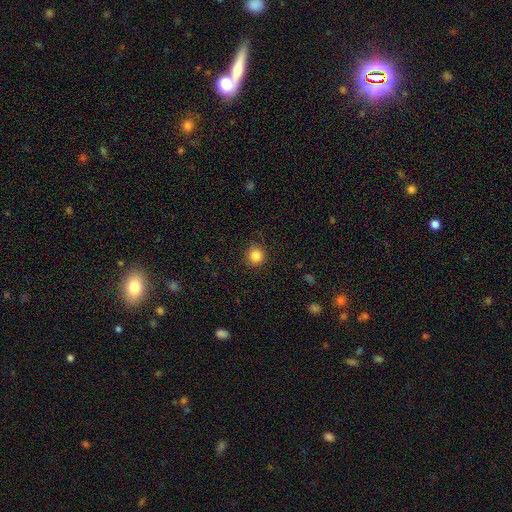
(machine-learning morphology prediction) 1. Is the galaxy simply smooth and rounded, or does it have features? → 85% smooth, 11% star or artifact, 4% featured or disk.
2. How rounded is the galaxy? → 91% round, 8% in between, 1% cigar-shaped.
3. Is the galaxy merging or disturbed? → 88% none, 8% minor disturbance, 2% major disturbance, 1% merger.